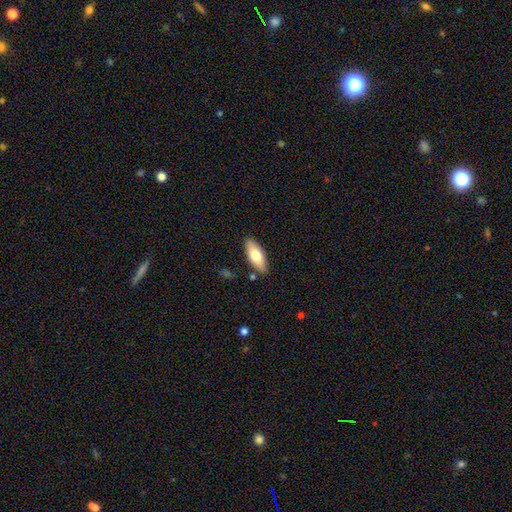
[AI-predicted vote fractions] A smooth galaxy with no disk features (73%) that is in between round and cigar-shaped (81%).

Vote fractions:
- Smooth or featured? smooth: 73% / featured or disk: 22% / star or artifact: 6%
- How rounded? in between: 81% / cigar-shaped: 17% / round: 2%
- Merging? none: 85% / minor disturbance: 10% / merger: 2% / major disturbance: 2%